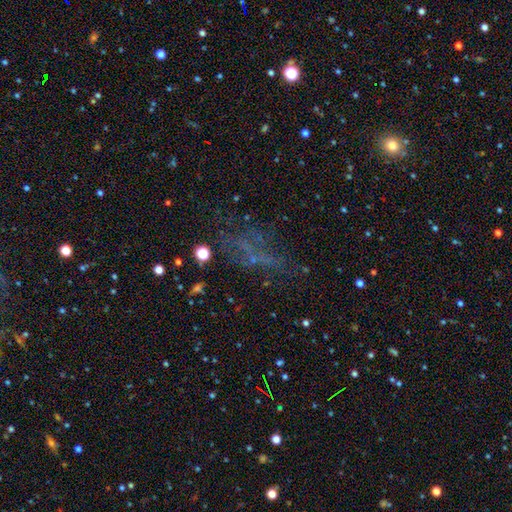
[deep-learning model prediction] star or artifact 50%, smooth 26%, featured or disk 24%.